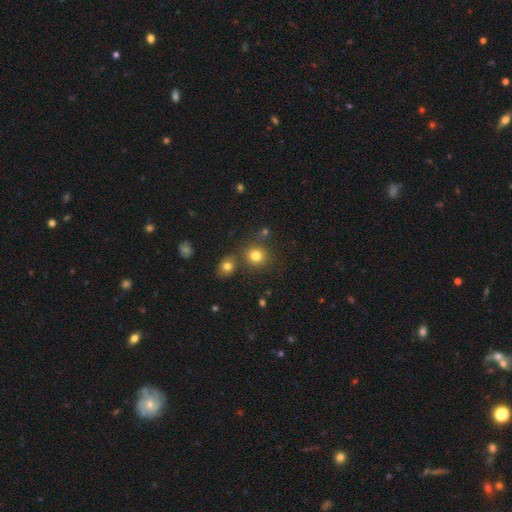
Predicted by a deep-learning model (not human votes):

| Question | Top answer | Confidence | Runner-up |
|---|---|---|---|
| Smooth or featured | smooth | 79% | star or artifact (14%) |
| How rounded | round | 87% | in between (12%) |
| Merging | none | 74% | merger (13%) |